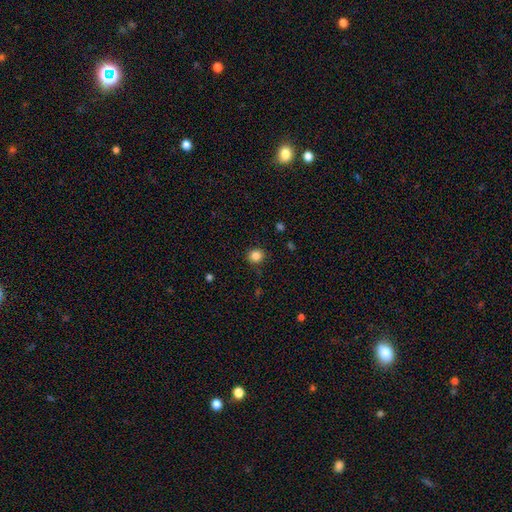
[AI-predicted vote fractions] A smooth galaxy with no disk features (85%) that is round (88%).

Vote fractions:
- Smooth or featured? smooth: 85% / star or artifact: 11% / featured or disk: 4%
- How rounded? round: 88% / in between: 11% / cigar-shaped: 1%
- Merging? none: 89% / minor disturbance: 8% / major disturbance: 2% / merger: 1%